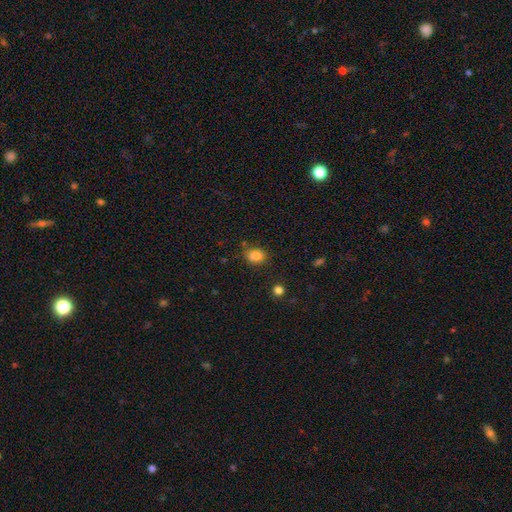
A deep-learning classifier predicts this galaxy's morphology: Smooth or featured: smooth — 84% (star or artifact — 11%)
How rounded: in between — 57% (round — 42%)
Merging: none — 80% (minor disturbance — 12%)